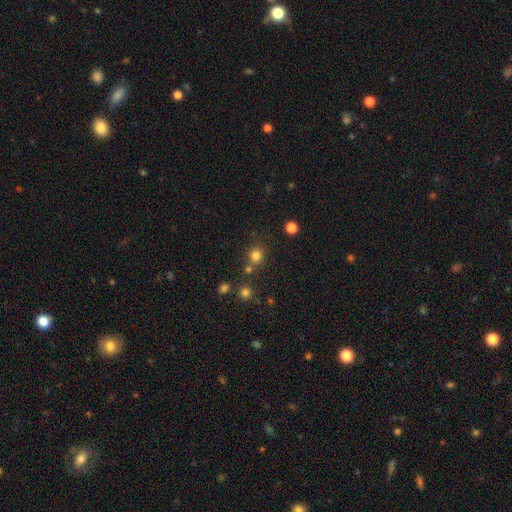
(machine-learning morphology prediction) Smooth or featured: smooth — 79% (star or artifact — 16%)
How rounded: round — 88% (in between — 11%)
Merging: none — 76% (merger — 13%)